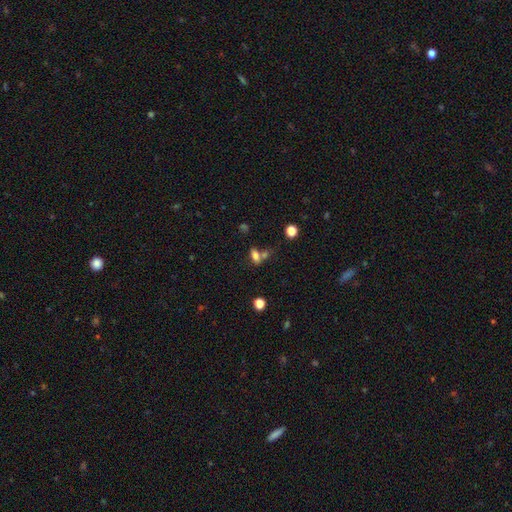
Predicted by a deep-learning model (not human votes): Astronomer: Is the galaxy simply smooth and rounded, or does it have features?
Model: smooth — 71%.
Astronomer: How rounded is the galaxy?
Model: in between — 72%.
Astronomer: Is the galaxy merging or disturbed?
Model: none — 45% (runner-up: merger, 35%).